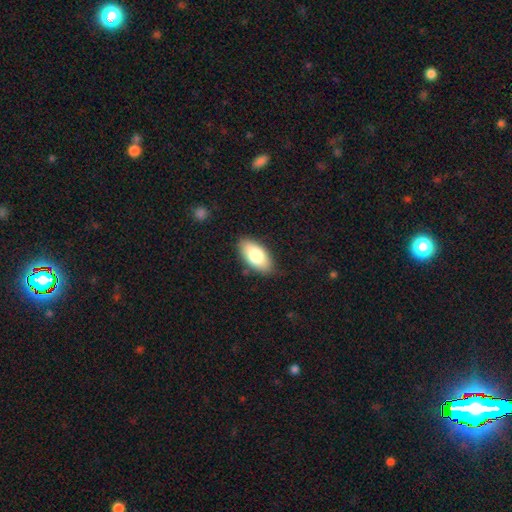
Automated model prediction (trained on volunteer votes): This appears to be a smooth galaxy with no disk features (79%) that is in between round and cigar-shaped (93%). Merging: none (83%).